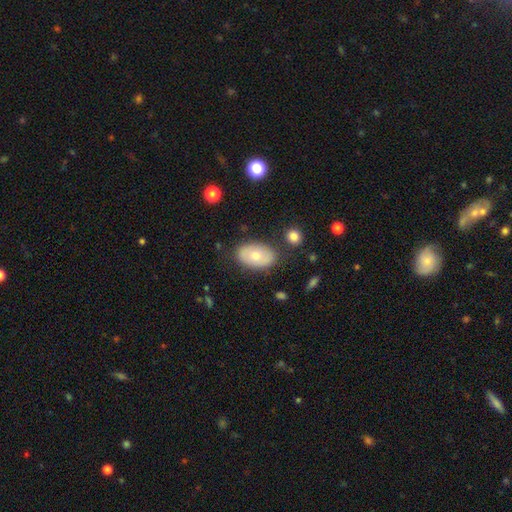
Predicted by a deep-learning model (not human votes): A smooth galaxy with no disk features (66%) that is in between round and cigar-shaped (89%). Merging: none (78%).